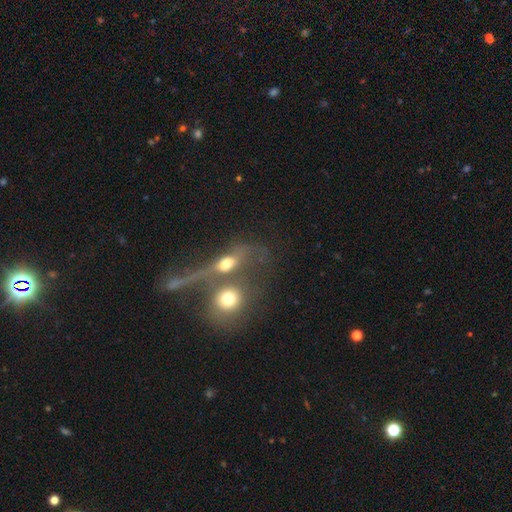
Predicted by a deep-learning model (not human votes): Smooth or featured?
  - featured or disk: 43% *
  - smooth: 35%
  - star or artifact: 21%
Merging?
  - merger: 54% *
  - none: 26%
  - major disturbance: 11%
  - minor disturbance: 9%